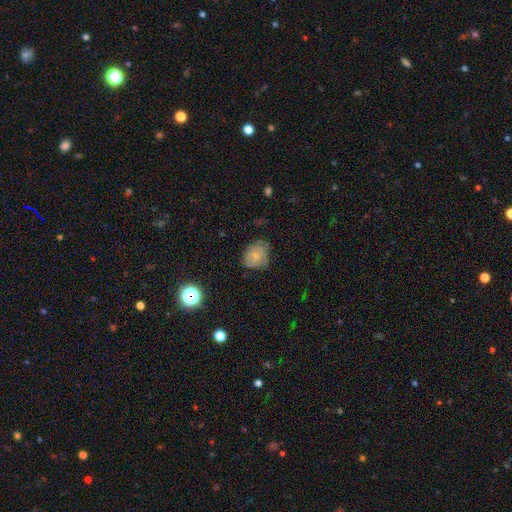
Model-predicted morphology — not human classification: smooth 70%, featured or disk 19%, star or artifact 11%. Down the decision tree: how rounded — round (66%); merging — none (57%).